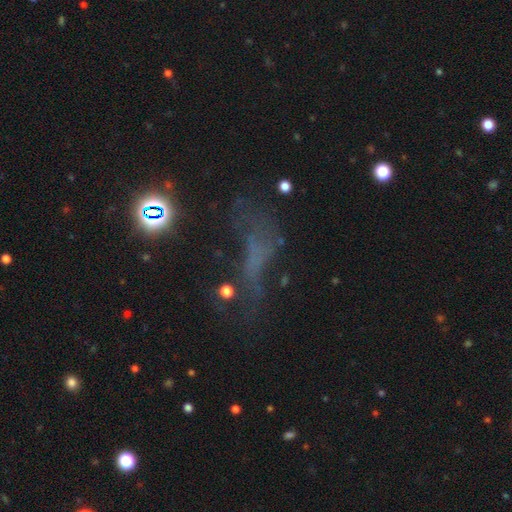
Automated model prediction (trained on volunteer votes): Smooth or featured? star or artifact (39%)